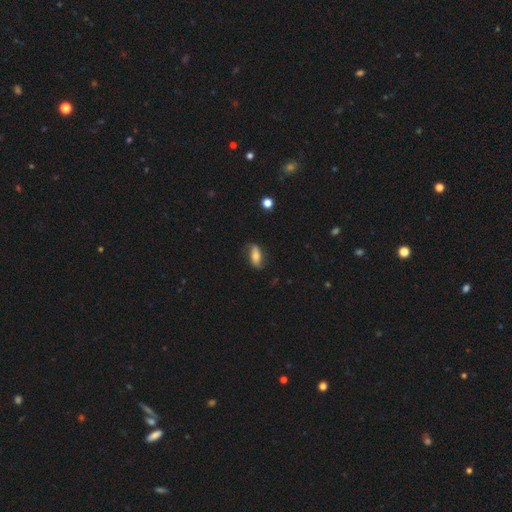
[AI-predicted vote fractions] Smooth or featured? Predicted: smooth (p=0.47). Merging? Predicted: none (p=0.71).